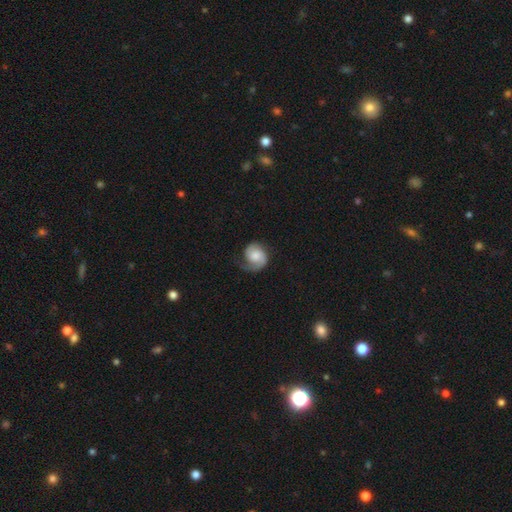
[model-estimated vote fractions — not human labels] Smooth or featured?
  - featured or disk: 69% *
  - smooth: 25%
  - star or artifact: 6%
Edge-on disk?
  - no: 98% *
  - yes: 2%
Bar?
  - no: 70% *
  - weak: 26%
  - strong: 4%
Spiral arms?
  - yes: 95% *
  - no: 5%
Spiral winding?
  - medium: 40% *
  - tight: 37%
  - loose: 23%
Spiral arm count?
  - 2: 50% *
  - 1: 43%
  - can't tell: 4%
  - 3: 1%
  - 4: 1%
  - more than 4: 1%
Bulge size?
  - moderate: 37% *
  - large: 26%
  - small: 18%
  - none: 14%
  - dominant: 5%
Merging?
  - none: 56% *
  - minor disturbance: 25%
  - major disturbance: 18%
  - merger: 2%